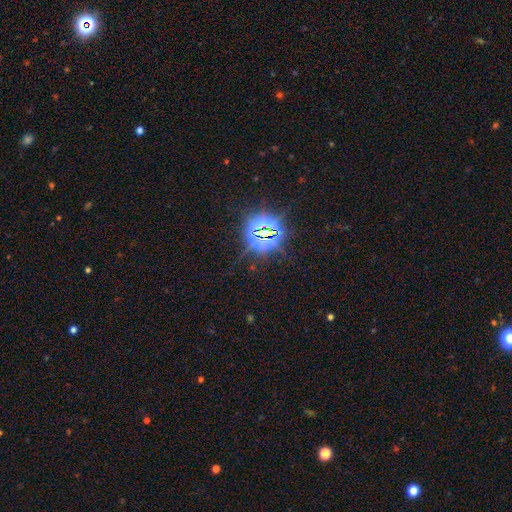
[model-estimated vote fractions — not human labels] A star or artifact, not a galaxy (83%).